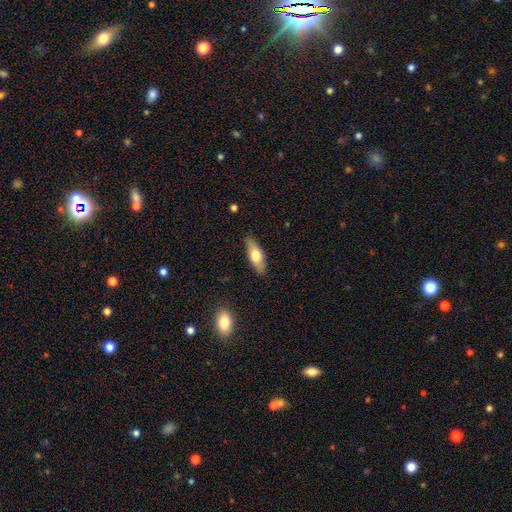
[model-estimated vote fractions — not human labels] Q: Smooth or featured?
A: smooth (64%); runner-up: featured or disk (30%)
Q: How rounded?
A: in between (65%); runner-up: cigar-shaped (32%)
Q: Merging?
A: none (84%); runner-up: minor disturbance (13%)